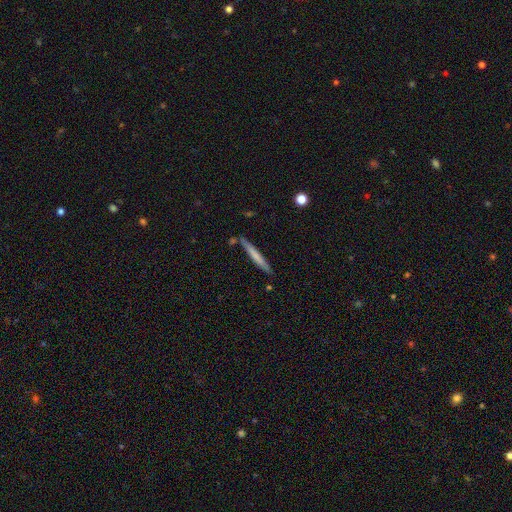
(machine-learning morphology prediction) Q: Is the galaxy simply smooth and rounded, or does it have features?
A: smooth — 60%.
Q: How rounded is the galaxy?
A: cigar-shaped — 96%.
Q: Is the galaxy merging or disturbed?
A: none — 83%.